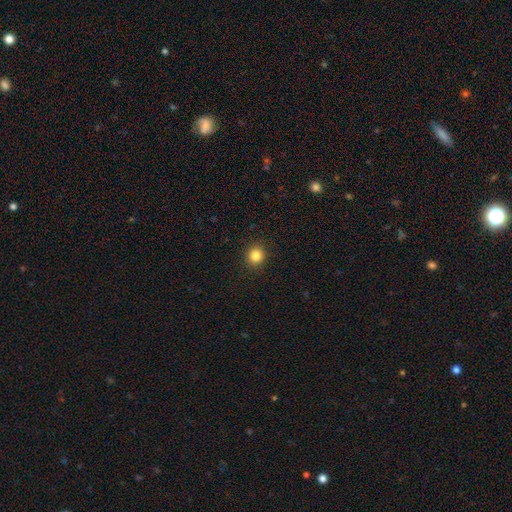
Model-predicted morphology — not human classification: Q: Smooth or featured?
A: smooth (84%); runner-up: star or artifact (12%)
Q: How rounded?
A: round (90%); runner-up: in between (9%)
Q: Merging?
A: none (92%); runner-up: minor disturbance (5%)